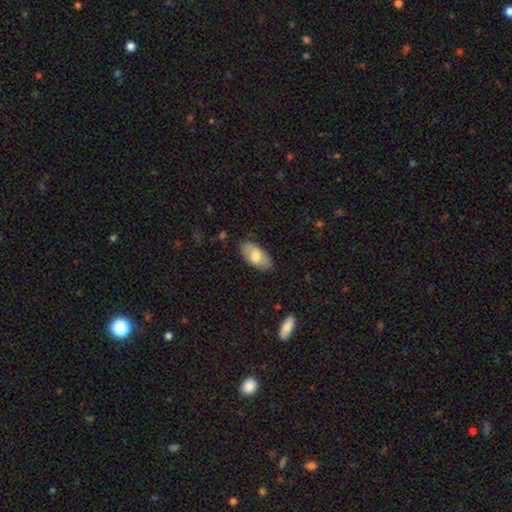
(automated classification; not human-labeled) smooth 70%, featured or disk 24%, star or artifact 6%. Down the decision tree: how rounded — in between (94%); merging — none (79%).